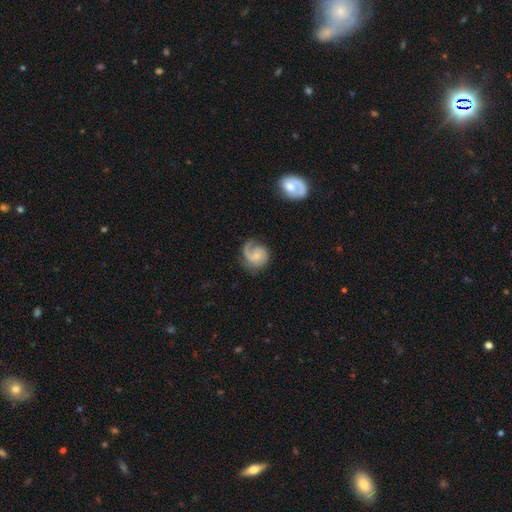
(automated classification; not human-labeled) Overall: featured or disk (72%). Edge-on disk: no (98%). Bar: no (67%; weak 29%). Spiral arms: yes (94%). Spiral arm count: 1 (60%; 2 31%). Spiral winding: medium (42%; tight 31%). Bulge size: small (56%; none 21%). Merging: none (60%; minor disturbance 21%).